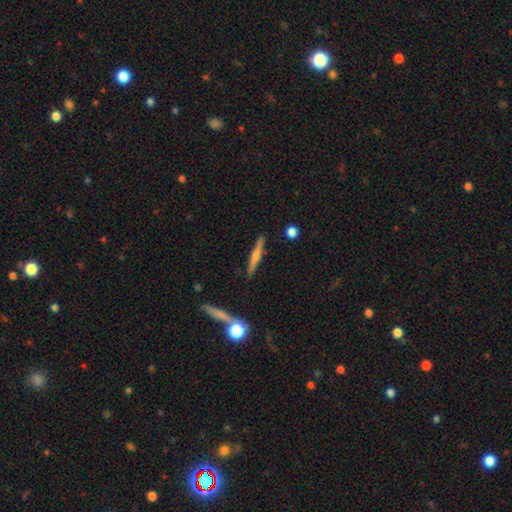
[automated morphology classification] Smooth or featured? Predicted: featured or disk (p=0.67). Edge-on disk? Predicted: yes (p=0.97). Edge-on bulge? Predicted: rounded (p=0.81). Merging? Predicted: none (p=0.89).